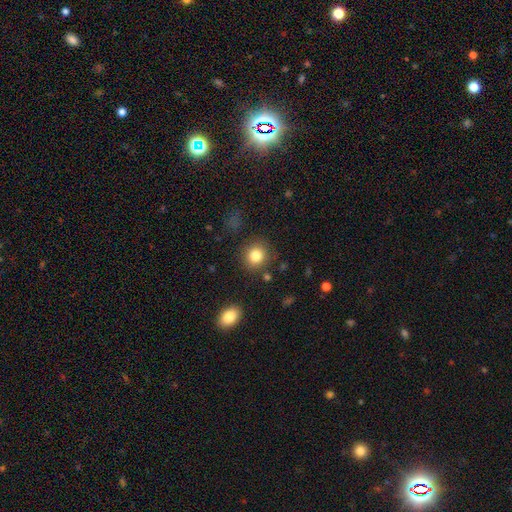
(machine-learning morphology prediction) A smooth galaxy with no disk features (83%) that is round (83%).

Vote fractions:
- Smooth or featured? smooth: 83% / star or artifact: 10% / featured or disk: 7%
- How rounded? round: 83% / in between: 16% / cigar-shaped: 1%
- Merging? none: 86% / minor disturbance: 8% / major disturbance: 3% / merger: 3%